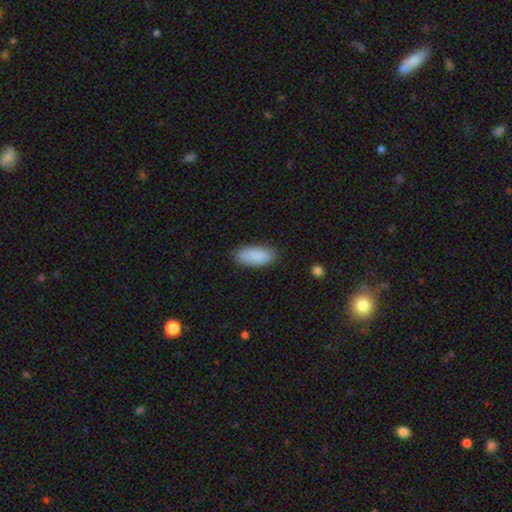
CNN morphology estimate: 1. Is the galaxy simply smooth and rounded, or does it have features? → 89% smooth, 6% star or artifact, 5% featured or disk.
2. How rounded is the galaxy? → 86% in between, 12% cigar-shaped, 2% round.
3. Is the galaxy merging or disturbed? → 85% none, 11% minor disturbance, 2% major disturbance, 1% merger.